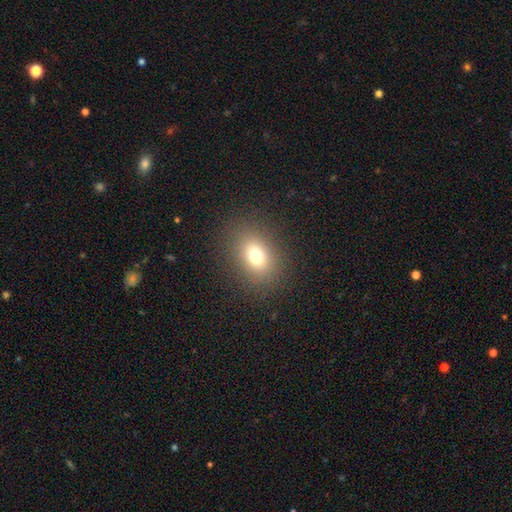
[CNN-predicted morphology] The model was most divided on "how rounded": in between: 62%, round: 37%, cigar-shaped: 1%. More confident: merging — none (86%); smooth or featured — smooth (73%).